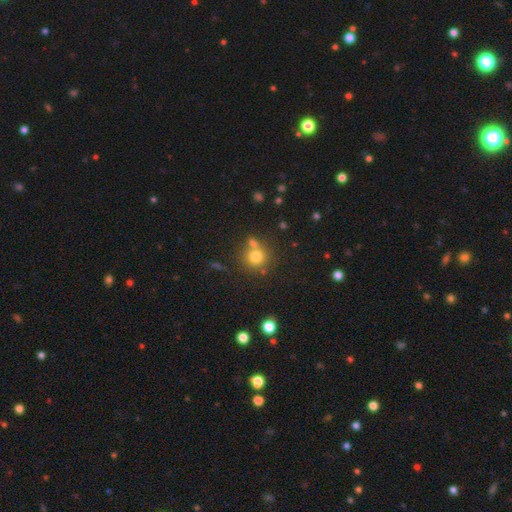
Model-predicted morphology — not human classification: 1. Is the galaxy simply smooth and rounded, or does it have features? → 75% smooth, 14% star or artifact, 10% featured or disk.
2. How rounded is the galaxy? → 90% round, 9% in between, 1% cigar-shaped.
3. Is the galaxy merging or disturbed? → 64% none, 22% merger, 10% minor disturbance, 4% major disturbance.